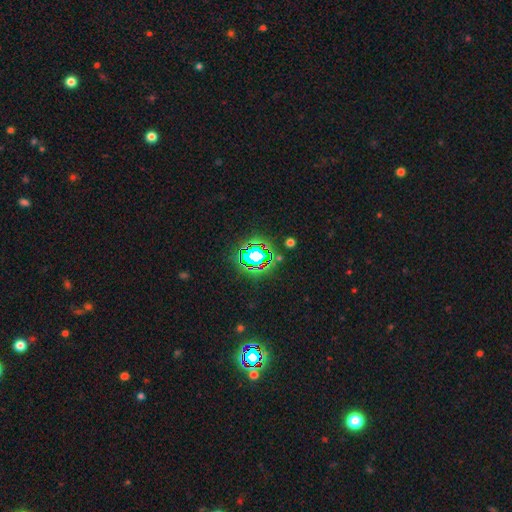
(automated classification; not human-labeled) star or artifact 72%, smooth 16%, featured or disk 12%.